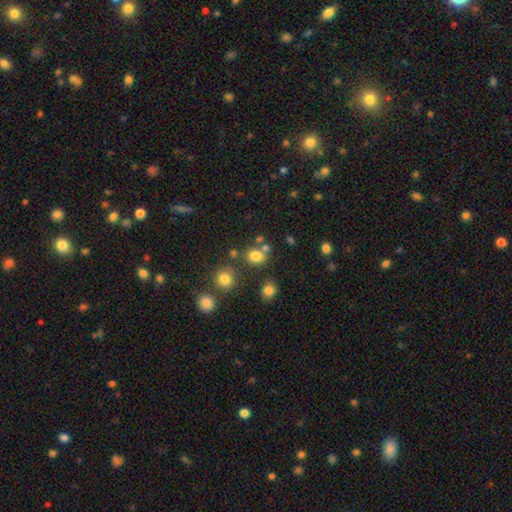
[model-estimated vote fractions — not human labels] smooth_or_featured: smooth (p=0.77) [alt: star or artifact p=0.15]
how_rounded: round (p=0.68) [alt: in between p=0.31]
merging: none (p=0.67) [alt: merger p=0.17]